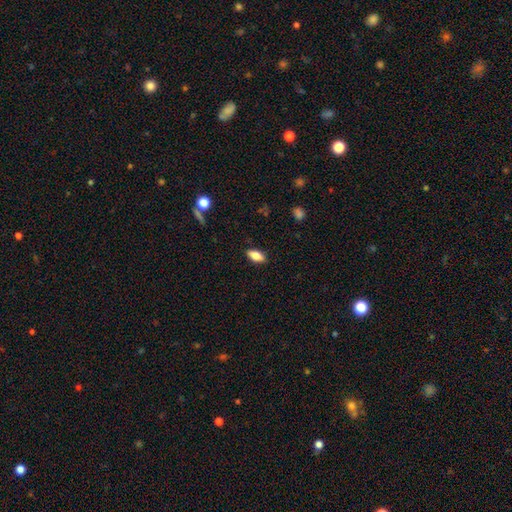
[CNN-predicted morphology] Smooth or featured?
  - smooth: 79% *
  - featured or disk: 13%
  - star or artifact: 8%
How rounded?
  - in between: 86% *
  - cigar-shaped: 11%
  - round: 3%
Merging?
  - none: 87% *
  - minor disturbance: 9%
  - major disturbance: 2%
  - merger: 1%